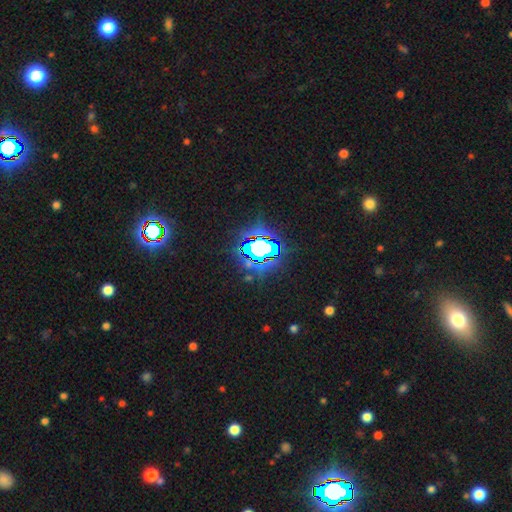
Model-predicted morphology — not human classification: smooth_or_featured: star or artifact (p=0.80) [alt: smooth p=0.11]